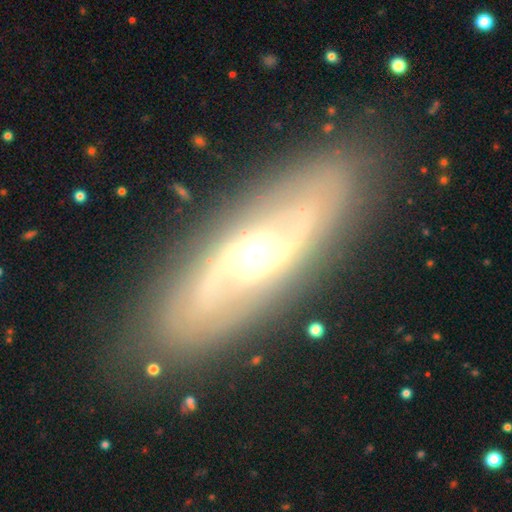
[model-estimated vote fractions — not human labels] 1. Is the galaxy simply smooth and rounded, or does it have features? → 81% featured or disk, 13% smooth, 6% star or artifact.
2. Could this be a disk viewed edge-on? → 88% no, 12% yes.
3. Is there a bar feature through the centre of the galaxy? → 43% no, 40% weak, 17% strong.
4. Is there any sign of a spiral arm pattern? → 86% yes, 14% no.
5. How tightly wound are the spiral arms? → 41% medium, 39% loose, 20% tight.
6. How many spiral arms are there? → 90% 2, 6% can't tell, 1% 1, 1% 3, 1% 4, 1% more than 4.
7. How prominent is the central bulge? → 63% moderate, 23% large, 11% small, 2% dominant, 1% none.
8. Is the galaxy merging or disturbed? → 86% none, 9% minor disturbance, 3% major disturbance, 2% merger.